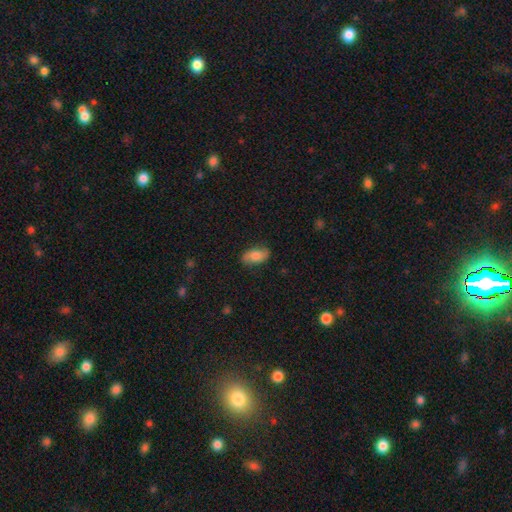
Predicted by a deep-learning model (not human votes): Smooth or featured? smooth (71%)
How rounded? in between (91%)
Merging? none (80%)